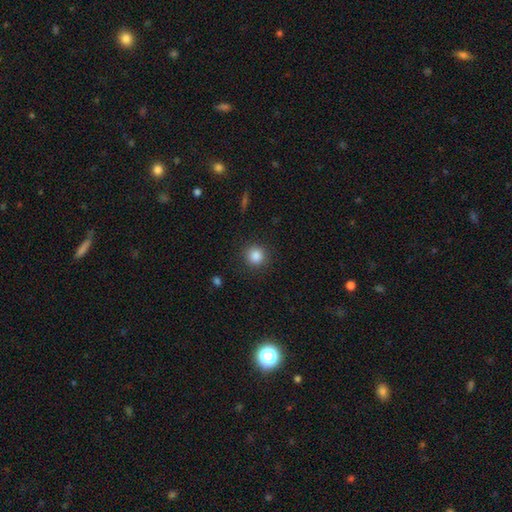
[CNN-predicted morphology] smooth 86%, star or artifact 10%, featured or disk 4%. Down the decision tree: how rounded — round (91%); merging — none (88%).